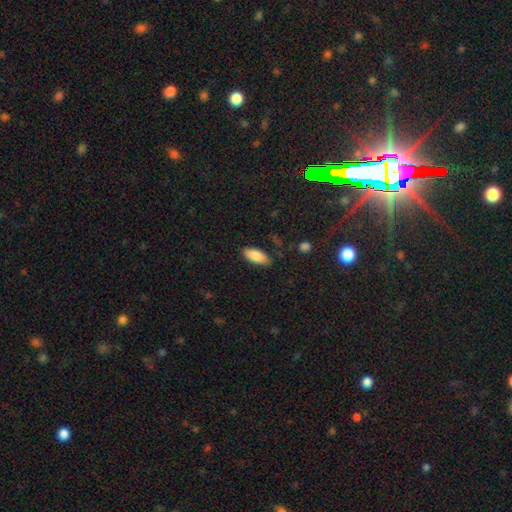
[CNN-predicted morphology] smooth 86%, featured or disk 8%, star or artifact 7%. Down the decision tree: how rounded — in between (86%); merging — none (83%).